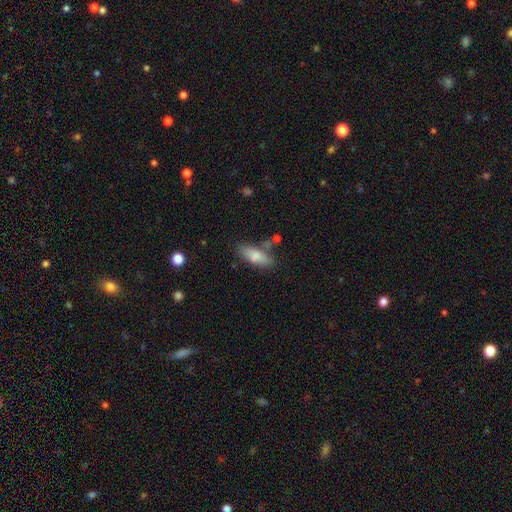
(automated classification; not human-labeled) smooth-or-featured: smooth: 78% | featured or disk: 15% | star or artifact: 7%
  how-rounded: in between: 63% | cigar-shaped: 35% | round: 3%
  merging: none: 63% | minor disturbance: 21% | merger: 10% | major disturbance: 7%